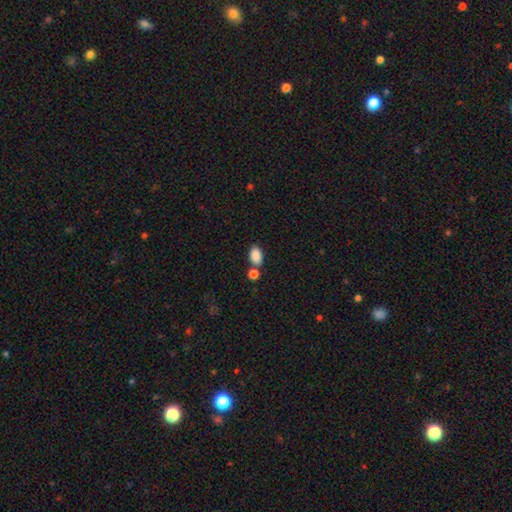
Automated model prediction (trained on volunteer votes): smooth-or-featured: smooth: 87% | star or artifact: 9% | featured or disk: 4%
  how-rounded: in between: 87% | round: 11% | cigar-shaped: 1%
  merging: none: 67% | merger: 18% | minor disturbance: 11% | major disturbance: 3%